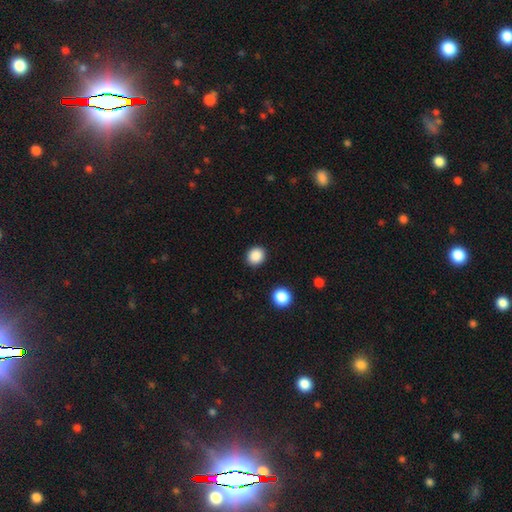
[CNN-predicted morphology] Smooth or featured? Predicted: smooth (p=0.88). How rounded? Predicted: round (p=0.82). Merging? Predicted: none (p=0.90).